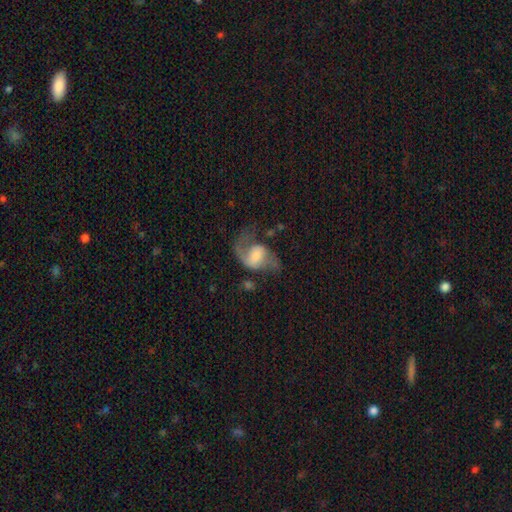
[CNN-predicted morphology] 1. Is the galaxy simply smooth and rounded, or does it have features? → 72% featured or disk, 21% smooth, 7% star or artifact.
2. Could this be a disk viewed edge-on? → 97% no, 3% yes.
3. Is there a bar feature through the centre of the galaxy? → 44% no, 42% weak, 14% strong.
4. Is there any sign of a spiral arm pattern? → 89% yes, 11% no.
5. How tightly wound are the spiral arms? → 57% loose, 35% medium, 8% tight.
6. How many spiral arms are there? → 70% 2, 23% 1, 4% can't tell, 1% 3, 1% 4, 1% more than 4.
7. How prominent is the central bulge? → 39% moderate, 28% small, 19% large, 10% none, 3% dominant.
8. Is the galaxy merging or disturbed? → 39% none, 37% major disturbance, 20% minor disturbance, 4% merger.